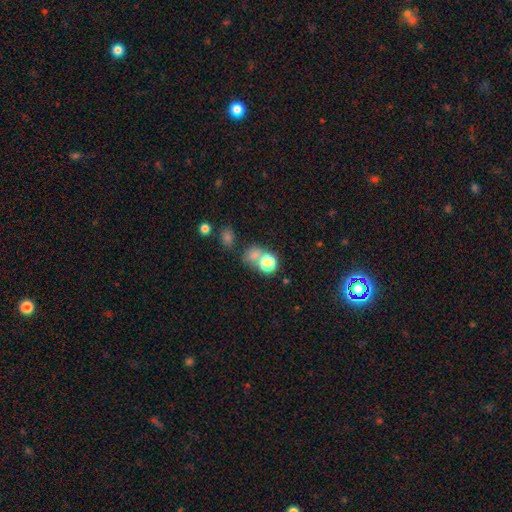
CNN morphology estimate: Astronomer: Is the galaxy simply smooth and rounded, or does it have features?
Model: smooth — 69%.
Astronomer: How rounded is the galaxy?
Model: round — 67%.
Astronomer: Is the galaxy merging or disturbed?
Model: none — 44% (runner-up: merger, 37%).